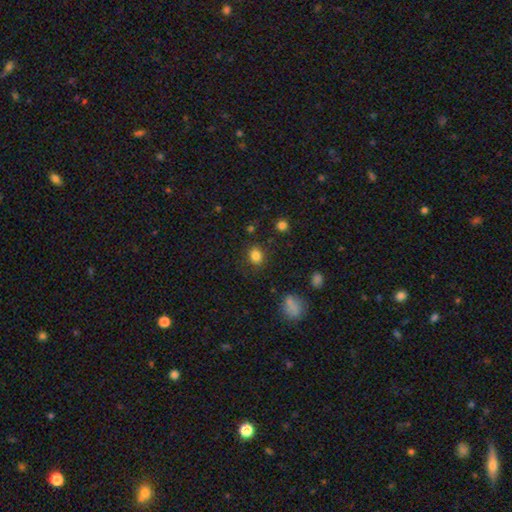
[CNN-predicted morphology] Smooth or featured? smooth (83%)
How rounded? round (59%)
Merging? none (83%)